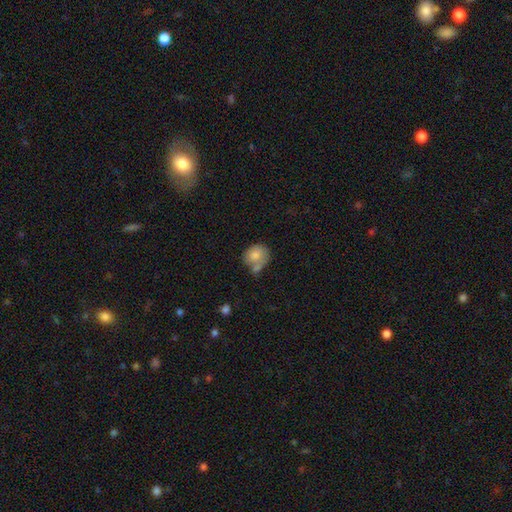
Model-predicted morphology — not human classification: A smooth galaxy with no disk features (78%) that is round (64%). Merging: none (42%).